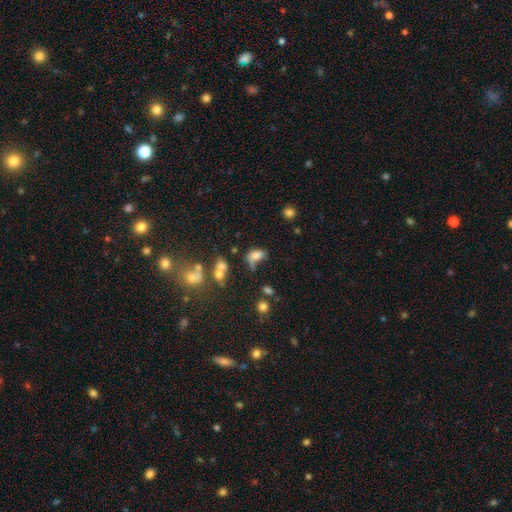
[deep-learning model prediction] smooth_or_featured: smooth (p=0.72) [alt: star or artifact p=0.14]
how_rounded: in between (p=0.83) [alt: round p=0.14]
merging: none (p=0.34) [alt: minor disturbance p=0.23]